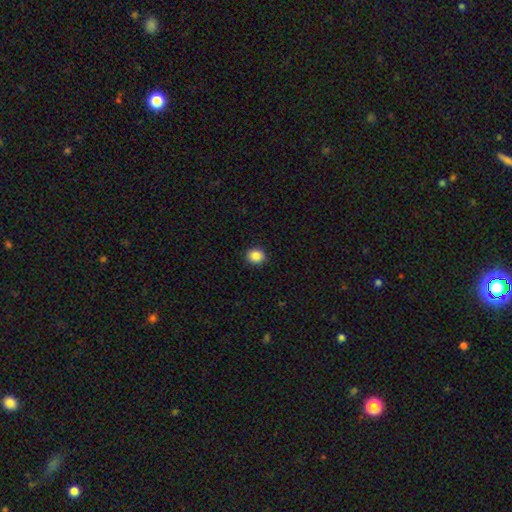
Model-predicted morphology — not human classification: smooth_or_featured: smooth (p=0.87) [alt: star or artifact p=0.09]
how_rounded: round (p=0.74) [alt: in between p=0.25]
merging: none (p=0.91) [alt: minor disturbance p=0.06]